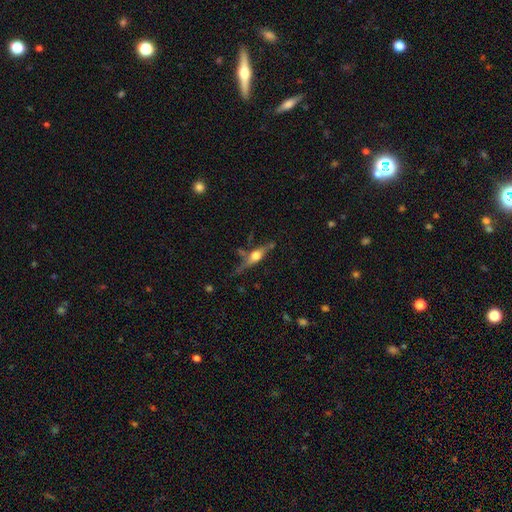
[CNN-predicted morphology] featured or disk 64%, smooth 28%, star or artifact 7%. Down the decision tree: edge-on disk — yes (93%); edge-on bulge — rounded (93%); merging — none (66%).